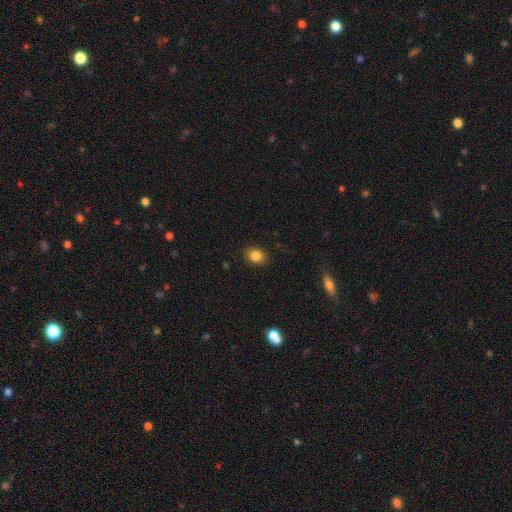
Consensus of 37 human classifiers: smooth 89%, featured or disk 5%, star or artifact 5%. Down the decision tree: how rounded — round (58%); merging — none (91%).